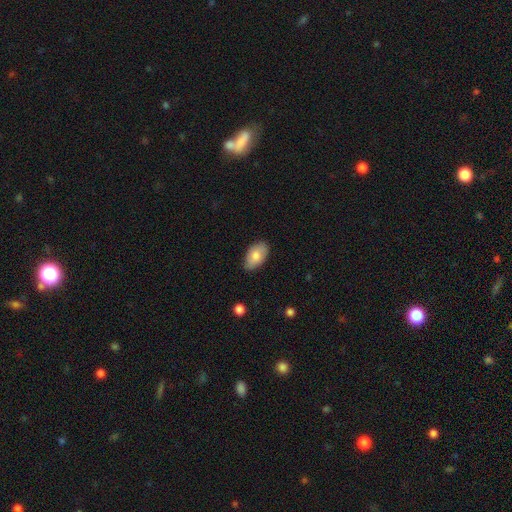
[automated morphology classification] type=smooth (80%); roundness=in between (94%); merging=none (79%).